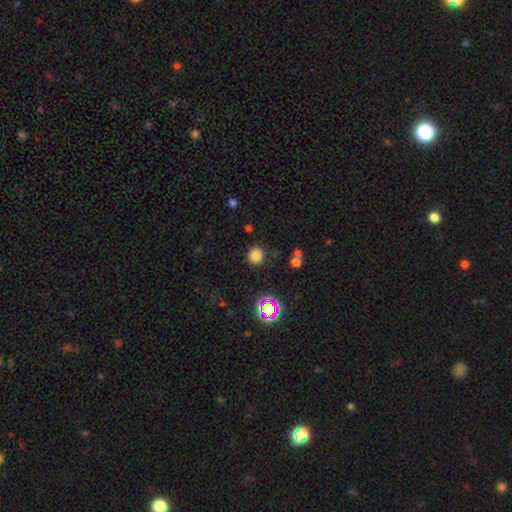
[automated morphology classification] This is likely a smooth galaxy (77%). How rounded: clearly round (88%). Merging: clearly none (85%).